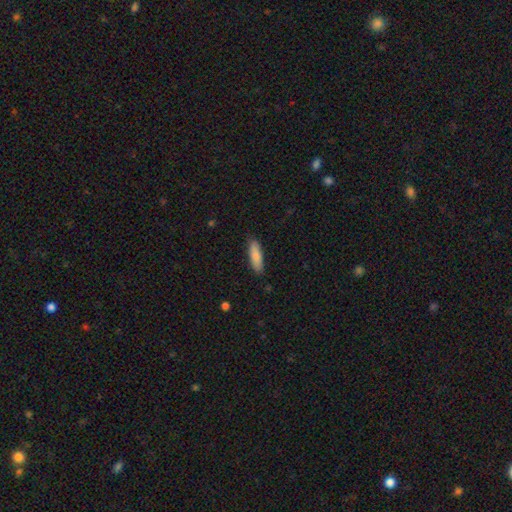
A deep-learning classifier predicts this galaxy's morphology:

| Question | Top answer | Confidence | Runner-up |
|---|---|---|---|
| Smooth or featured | smooth | 85% | featured or disk (10%) |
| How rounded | cigar-shaped | 61% | in between (38%) |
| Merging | none | 87% | minor disturbance (10%) |